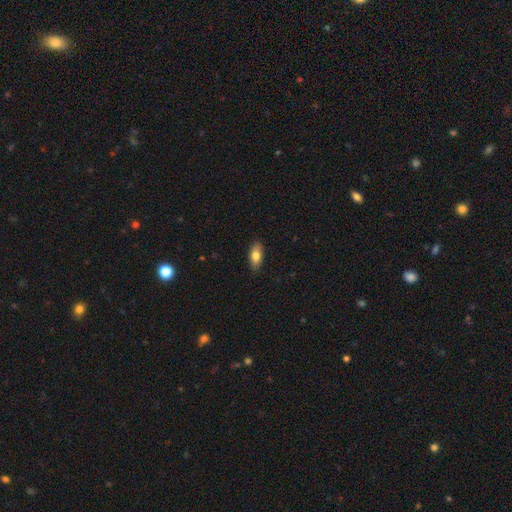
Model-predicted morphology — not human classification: Smooth or featured?
  - smooth: 78% *
  - featured or disk: 15%
  - star or artifact: 7%
How rounded?
  - in between: 84% *
  - cigar-shaped: 12%
  - round: 3%
Merging?
  - none: 88% *
  - minor disturbance: 9%
  - major disturbance: 2%
  - merger: 1%